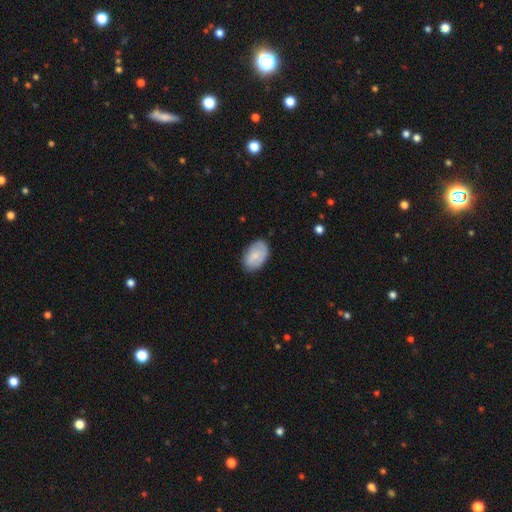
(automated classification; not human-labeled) This is likely a smooth galaxy (73%). How rounded: clearly in between (90%). Merging: likely none (78%).